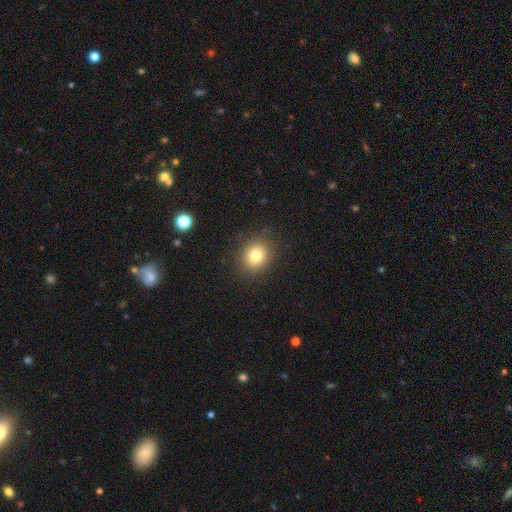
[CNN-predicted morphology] smooth_or_featured: smooth (p=0.80) [alt: star or artifact p=0.12]
how_rounded: round (p=0.72) [alt: in between p=0.27]
merging: none (p=0.88) [alt: minor disturbance p=0.08]